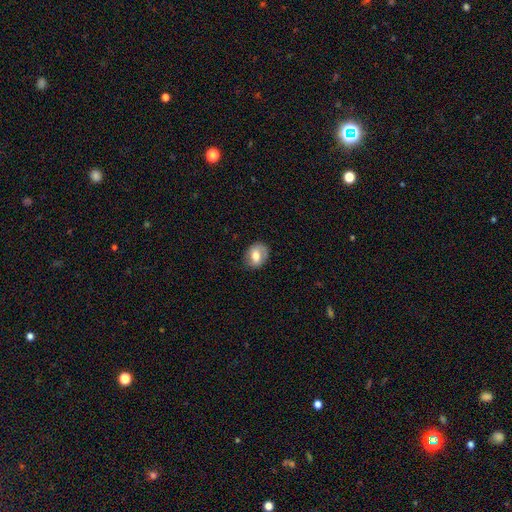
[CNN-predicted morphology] Overall: smooth (63%; featured or disk 29%). How rounded: in between (57%; round 42%). Merging: none (79%).